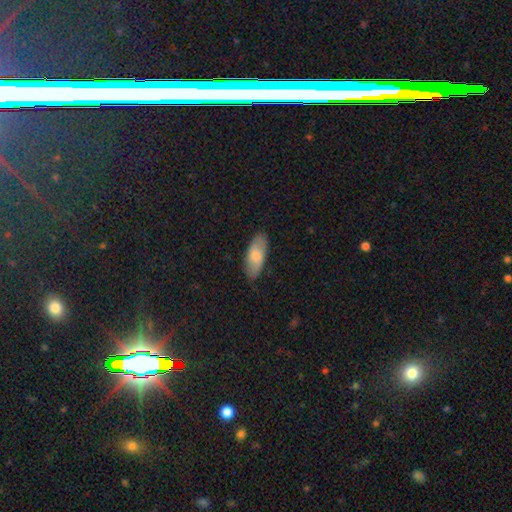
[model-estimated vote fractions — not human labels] The model was most divided on "smooth or featured": smooth: 72%, featured or disk: 22%, star or artifact: 6%. More confident: merging — none (84%); how rounded — in between (81%).